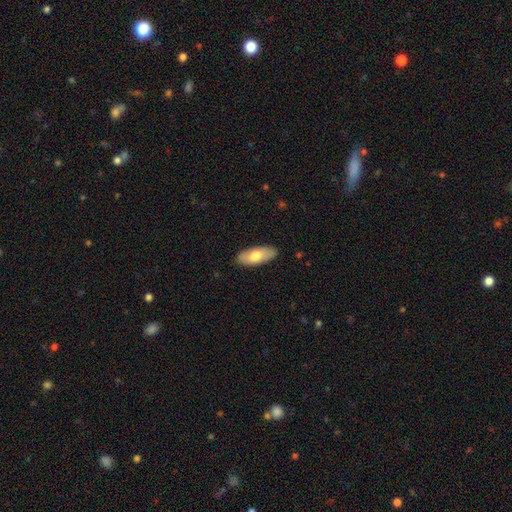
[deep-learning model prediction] smooth_or_featured: smooth (p=0.72) [alt: featured or disk p=0.23]
how_rounded: in between (p=0.83) [alt: cigar-shaped p=0.15]
merging: none (p=0.87) [alt: minor disturbance p=0.10]